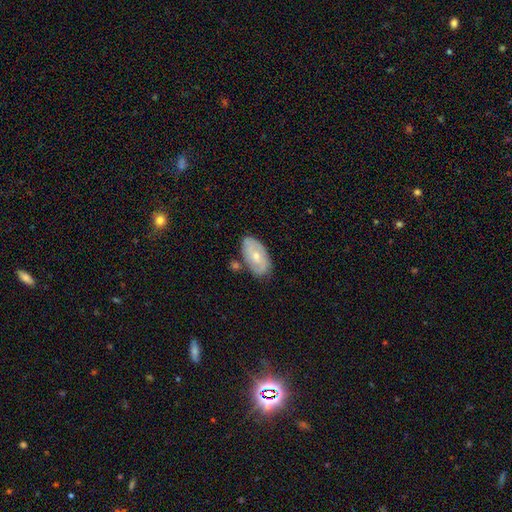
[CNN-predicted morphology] This appears to be a featured or disk galaxy (50%). Merging: none (69%).